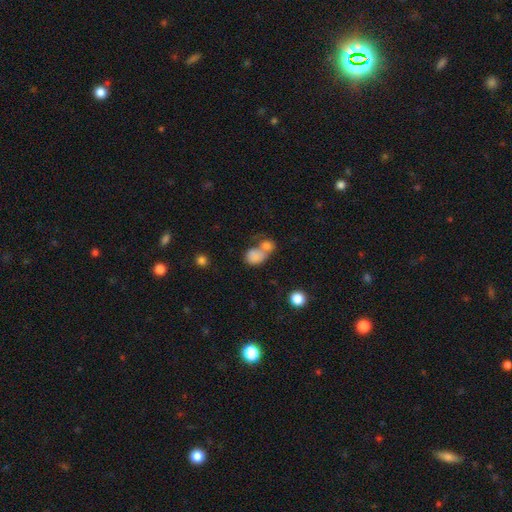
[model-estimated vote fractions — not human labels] This is likely a smooth galaxy (78%). How rounded: possibly in between (59%). Merging: likely merger (63%).